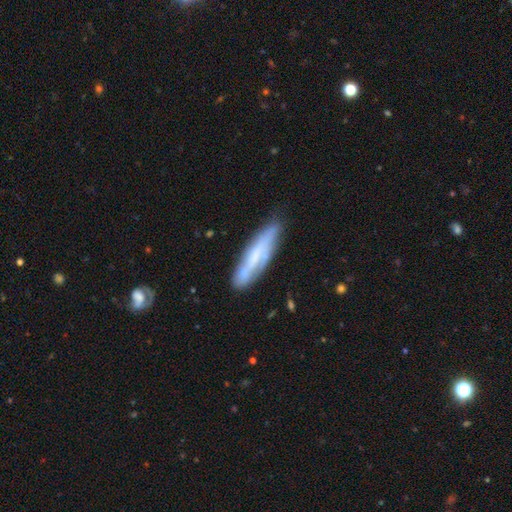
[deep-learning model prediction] Smooth or featured? smooth (46%, tied with featured or disk)
Merging? none (72%)